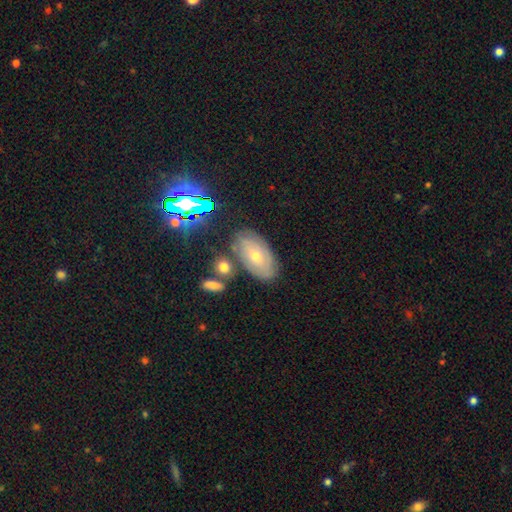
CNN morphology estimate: Smooth or featured: smooth — 45% (featured or disk — 40%)
Merging: none — 75% (minor disturbance — 15%)